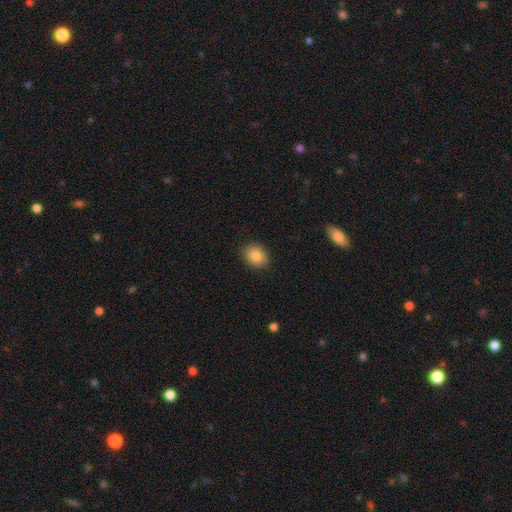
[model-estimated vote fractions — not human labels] A smooth galaxy with no disk features (85%) that is round (52%).

Vote fractions:
- Smooth or featured? smooth: 85% / star or artifact: 9% / featured or disk: 6%
- How rounded? round: 52% / in between: 47% / cigar-shaped: 1%
- Merging? none: 87% / minor disturbance: 9% / major disturbance: 2% / merger: 1%